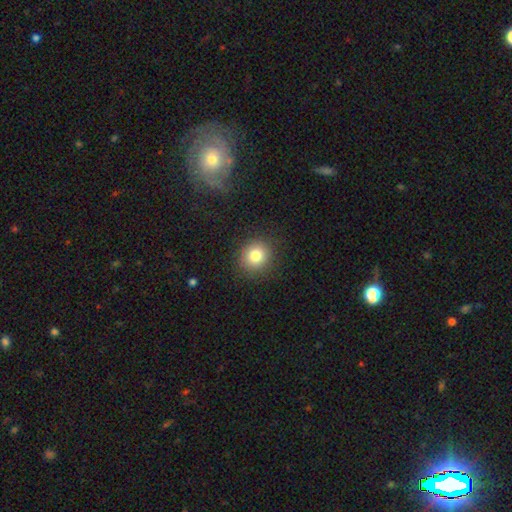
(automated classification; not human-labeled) The model was most divided on "smooth or featured": smooth: 80%, star or artifact: 11%, featured or disk: 8%. More confident: merging — none (88%); how rounded — round (86%).